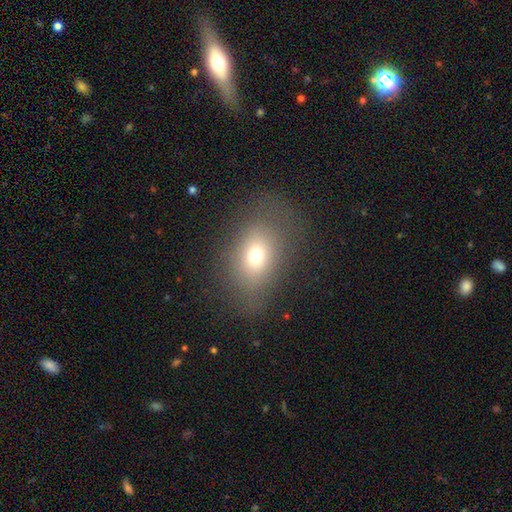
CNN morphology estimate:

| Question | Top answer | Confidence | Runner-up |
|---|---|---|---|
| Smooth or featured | smooth | 68% | featured or disk (16%) |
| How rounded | in between | 71% | round (27%) |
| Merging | none | 72% | minor disturbance (15%) |